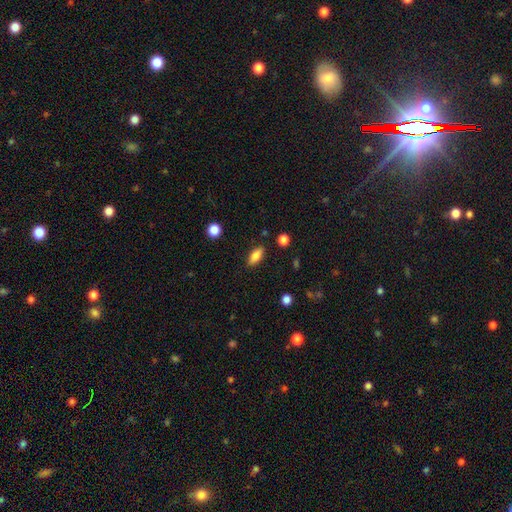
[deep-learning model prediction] smooth_or_featured: smooth (p=0.81) [alt: featured or disk p=0.11]
how_rounded: in between (p=0.80) [alt: cigar-shaped p=0.16]
merging: none (p=0.86) [alt: minor disturbance p=0.10]